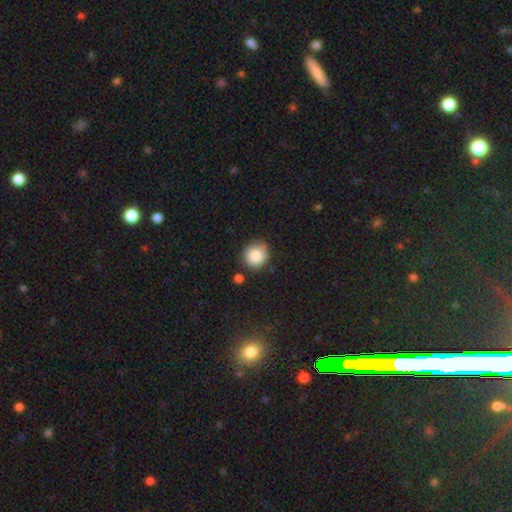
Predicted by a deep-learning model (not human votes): The model was most divided on "merging": none: 80%, minor disturbance: 12%, merger: 5%, major disturbance: 3%. More confident: how rounded — round (91%); smooth or featured — smooth (87%).